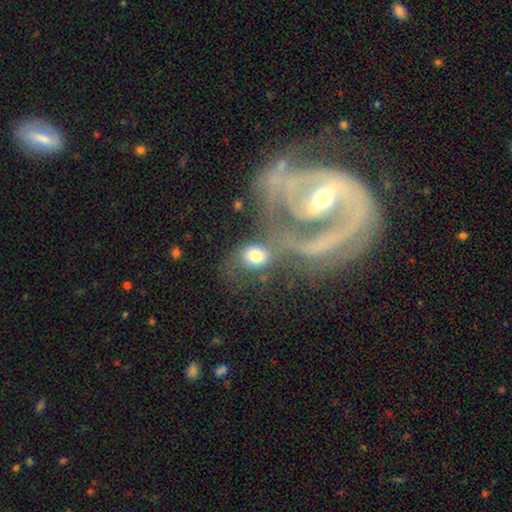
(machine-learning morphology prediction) Smooth or featured? Predicted: smooth (p=0.60). How rounded? Predicted: in between (p=0.51). Merging? Predicted: none (p=0.36, tied with merger).